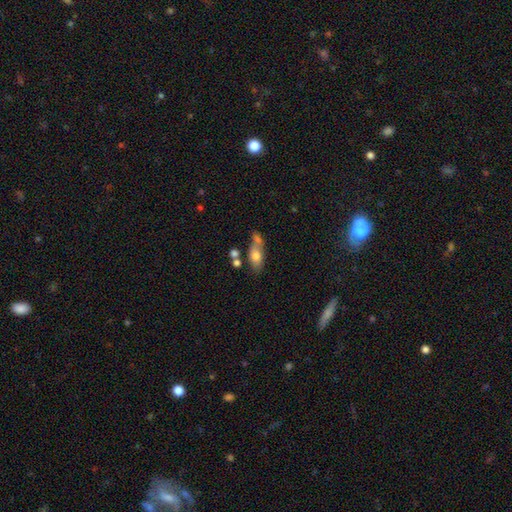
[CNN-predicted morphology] Smooth or featured? Predicted: smooth (p=0.70). How rounded? Predicted: in between (p=0.78). Merging? Predicted: none (p=0.41).